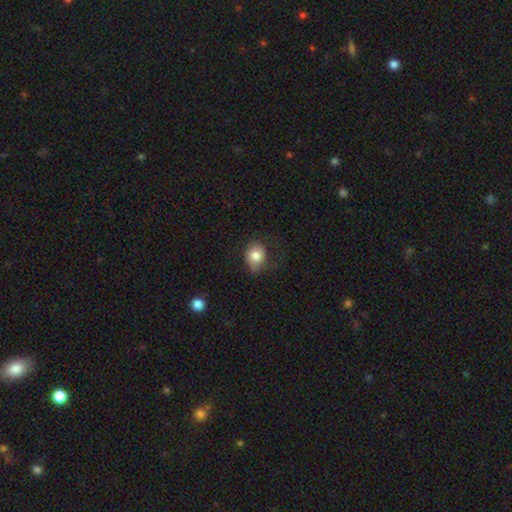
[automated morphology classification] The model was most divided on "how rounded": in between: 54%, round: 45%, cigar-shaped: 1%. More confident: smooth or featured — smooth (80%); merging — none (54%).